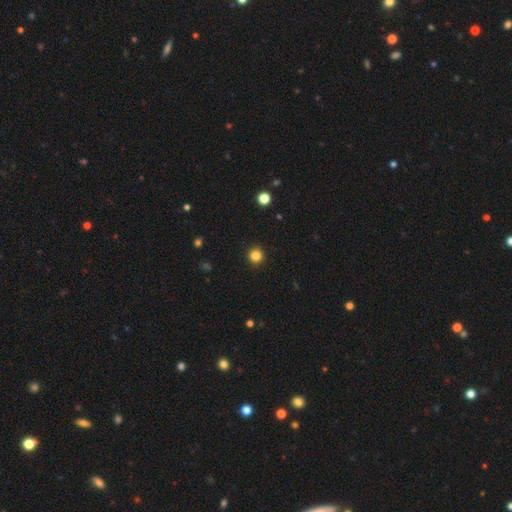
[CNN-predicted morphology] Smooth or featured? Predicted: smooth (p=0.83). How rounded? Predicted: round (p=0.95). Merging? Predicted: none (p=0.93).